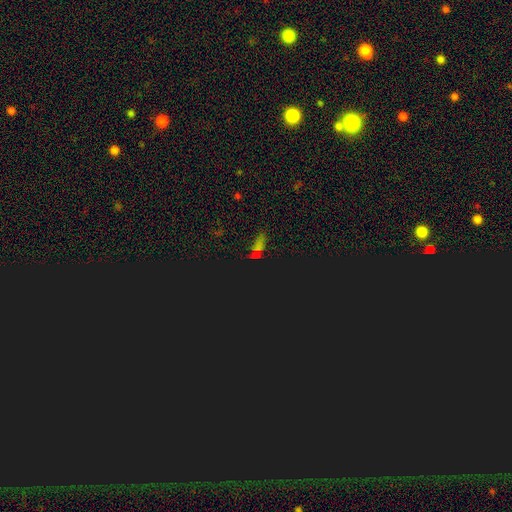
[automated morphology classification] star or artifact 61%, smooth 30%, featured or disk 8%.